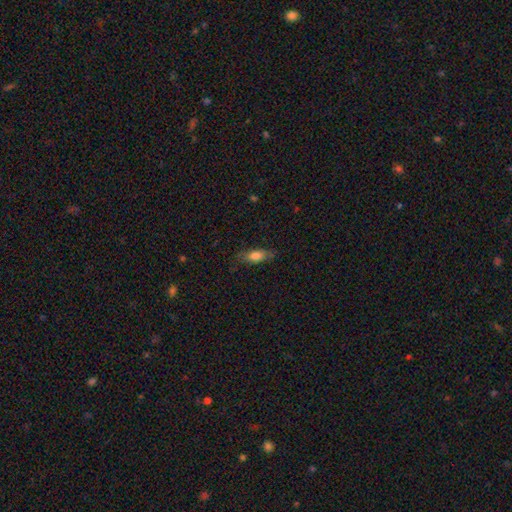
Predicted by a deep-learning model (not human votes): smooth-or-featured: smooth: 73% | featured or disk: 20% | star or artifact: 7%
  how-rounded: in between: 67% | cigar-shaped: 30% | round: 3%
  merging: none: 78% | minor disturbance: 17% | major disturbance: 4% | merger: 1%